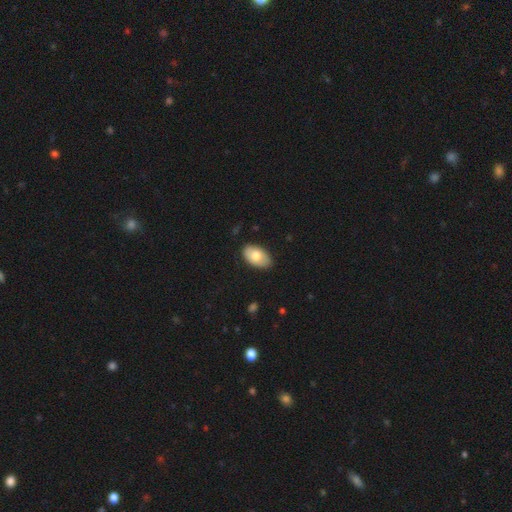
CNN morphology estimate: Smooth or featured? smooth (75%)
How rounded? in between (94%)
Merging? none (82%)